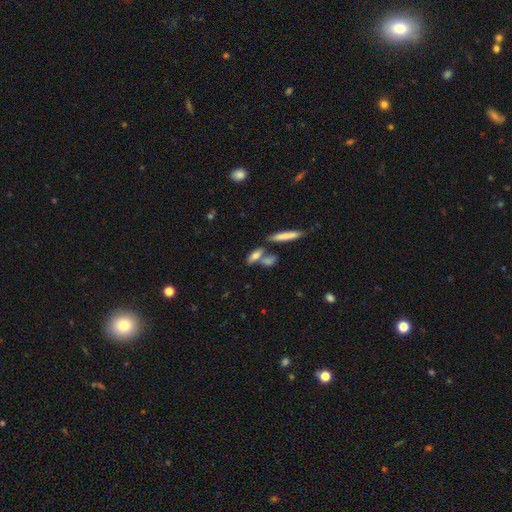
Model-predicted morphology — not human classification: This is likely a smooth galaxy (63%). How rounded: possibly in between (49%). Merging: possibly none (52%).